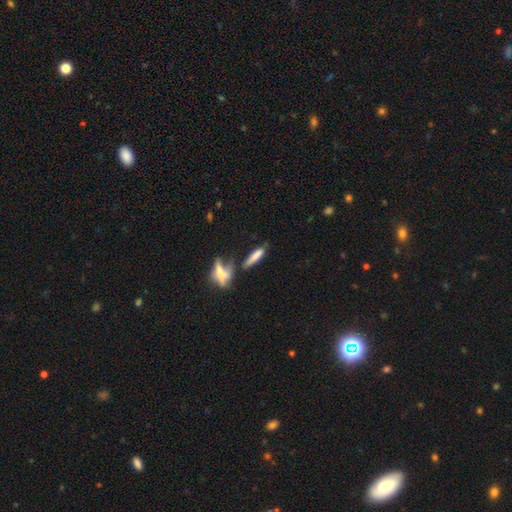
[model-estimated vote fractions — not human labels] smooth_or_featured: smooth (p=0.69) [alt: featured or disk p=0.21]
how_rounded: cigar-shaped (p=0.72) [alt: in between p=0.25]
merging: none (p=0.48) [alt: merger p=0.24]